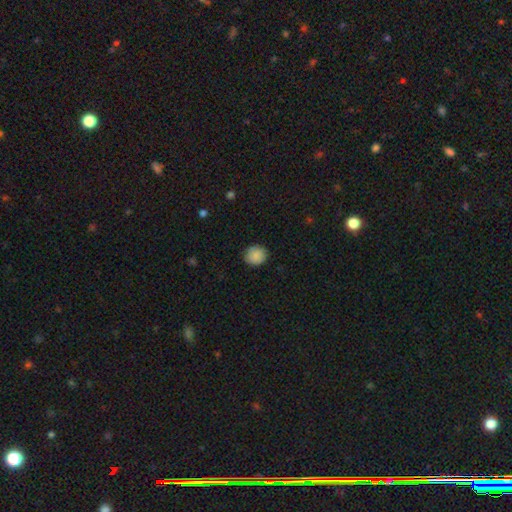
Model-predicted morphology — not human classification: Overall: smooth (89%). How rounded: round (83%). Merging: none (85%).